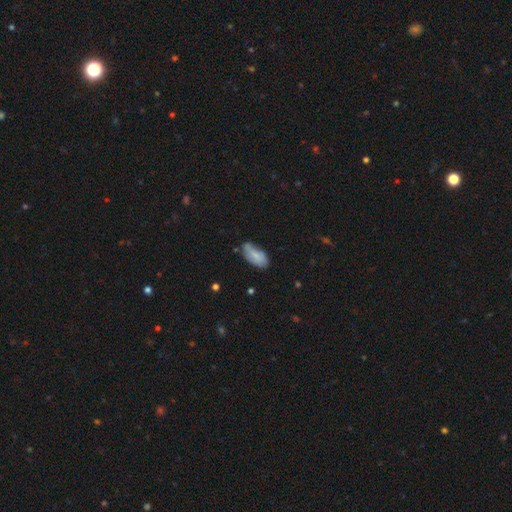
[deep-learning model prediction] This appears to be a smooth galaxy with no disk features (73%) that is in between round and cigar-shaped (90%). Merging: none (52%).